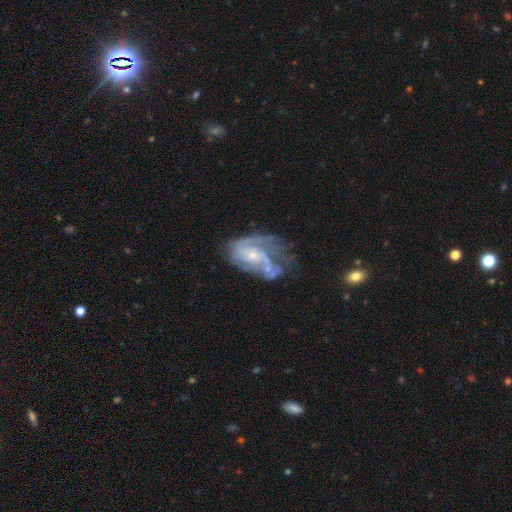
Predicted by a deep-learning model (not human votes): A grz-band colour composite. It shows a featured or disk galaxy (75%) with no bar (52%), 2 (39%) medium (42%) spiral arms (82%) and a small central bulge (57%). Merging: none (39%).